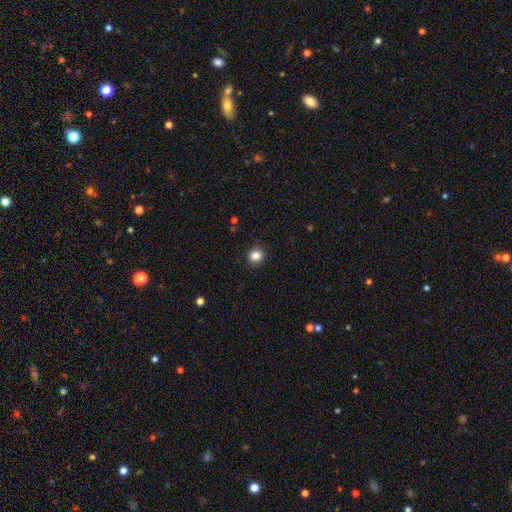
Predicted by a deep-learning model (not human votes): Morphology: type=smooth (85%); roundness=round (91%); merging=none (92%).